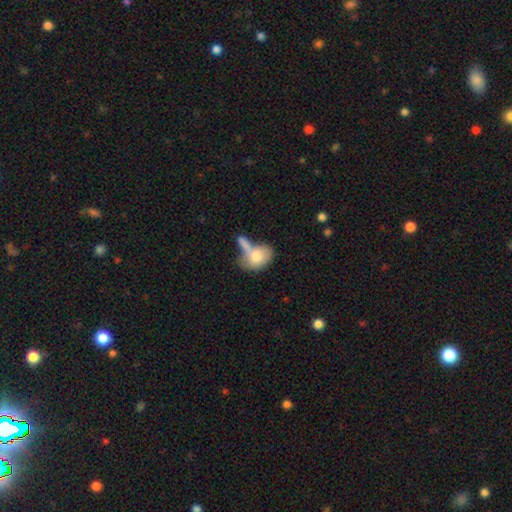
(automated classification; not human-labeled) Morphology: type=smooth (73%); roundness=in between (79%); merging=merger (47%).